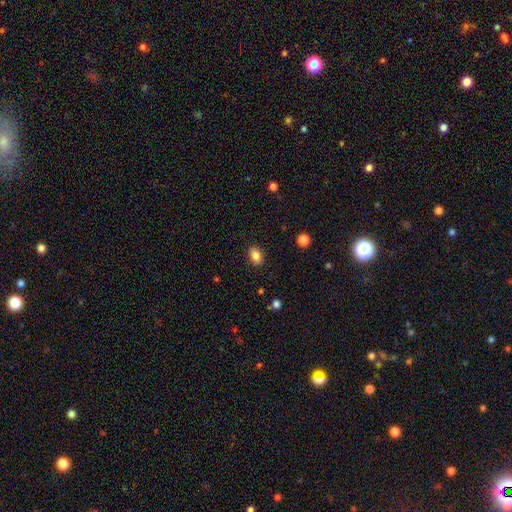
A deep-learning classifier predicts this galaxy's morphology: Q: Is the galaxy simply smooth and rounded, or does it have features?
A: smooth — 85%.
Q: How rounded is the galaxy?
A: in between — 76%.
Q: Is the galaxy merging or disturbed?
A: none — 88%.